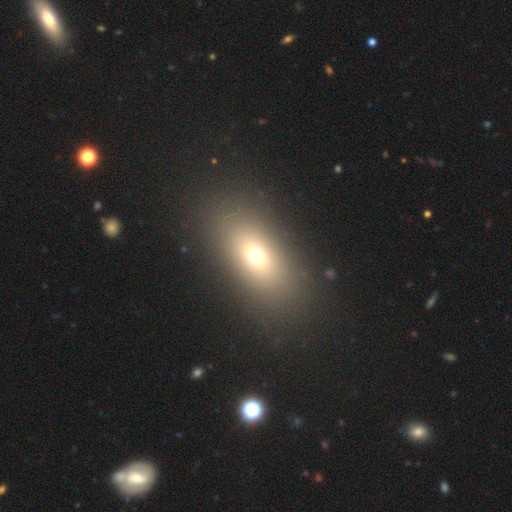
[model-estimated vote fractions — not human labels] Smooth or featured? smooth (66%)
How rounded? in between (78%)
Merging? none (87%)